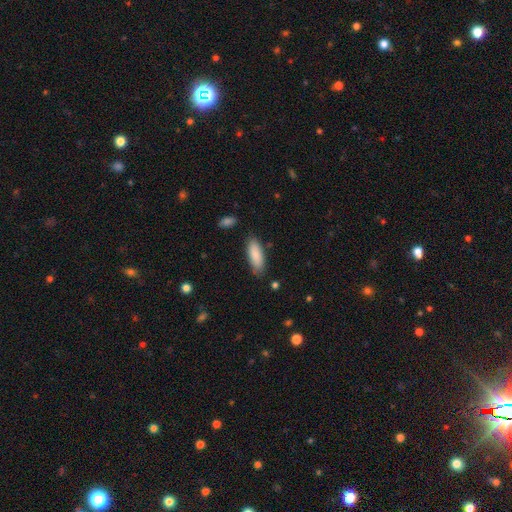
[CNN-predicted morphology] smooth-or-featured: smooth: 87% | featured or disk: 7% | star or artifact: 6%
  how-rounded: in between: 68% | cigar-shaped: 30% | round: 1%
  merging: none: 82% | minor disturbance: 13% | major disturbance: 3% | merger: 2%